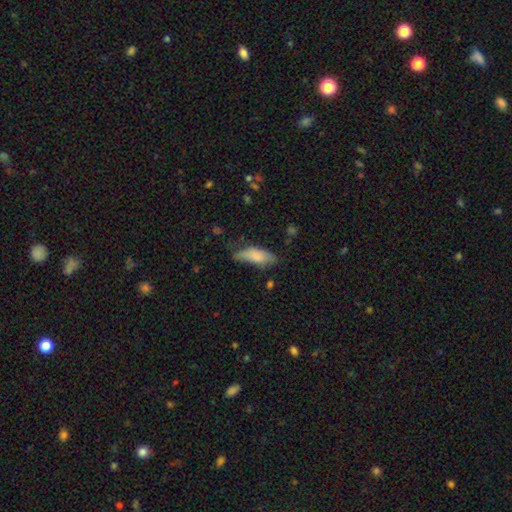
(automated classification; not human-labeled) Morphology: type=smooth (78%); roundness=in between (74%); merging=minor disturbance (39%).